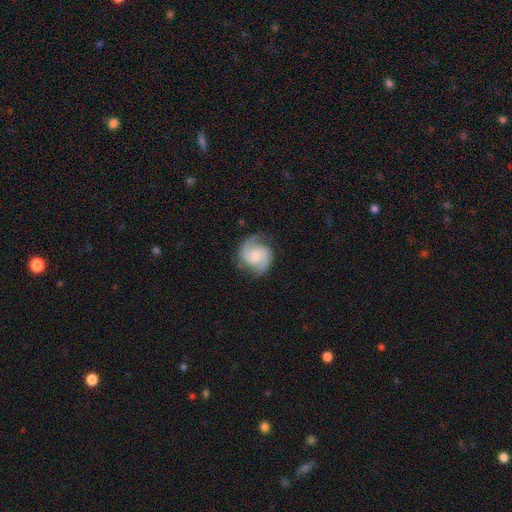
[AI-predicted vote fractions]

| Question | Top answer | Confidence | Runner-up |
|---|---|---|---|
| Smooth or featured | featured or disk | 84% | smooth (10%) |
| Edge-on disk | no | 98% | yes (2%) |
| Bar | no | 57% | weak (36%) |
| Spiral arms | yes | 98% | no (2%) |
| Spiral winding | medium | 52% | tight (31%) |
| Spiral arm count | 2 | 90% | can't tell (3%) |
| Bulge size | moderate | 39% | small (38%) |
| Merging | none | 77% | minor disturbance (16%) |